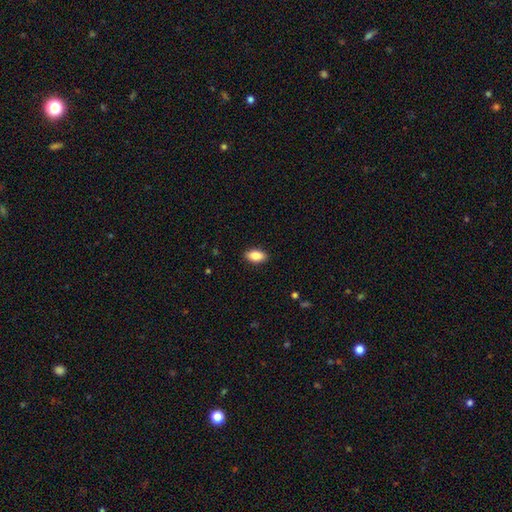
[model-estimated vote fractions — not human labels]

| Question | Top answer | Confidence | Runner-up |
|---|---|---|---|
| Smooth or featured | smooth | 85% | featured or disk (7%) |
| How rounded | in between | 91% | round (5%) |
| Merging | none | 90% | minor disturbance (7%) |